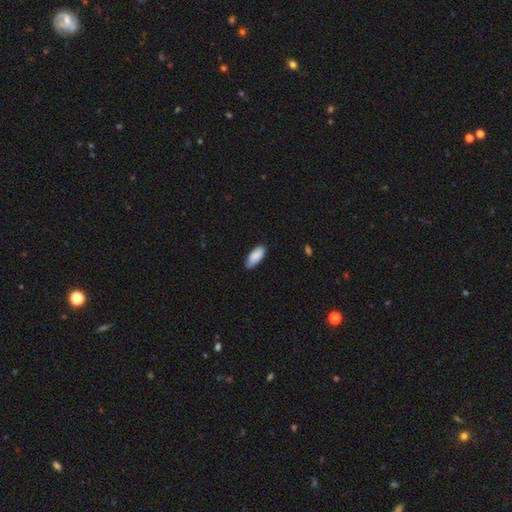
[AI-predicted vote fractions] This is clearly a smooth galaxy (89%). How rounded: clearly in between (85%). Merging: likely none (76%).